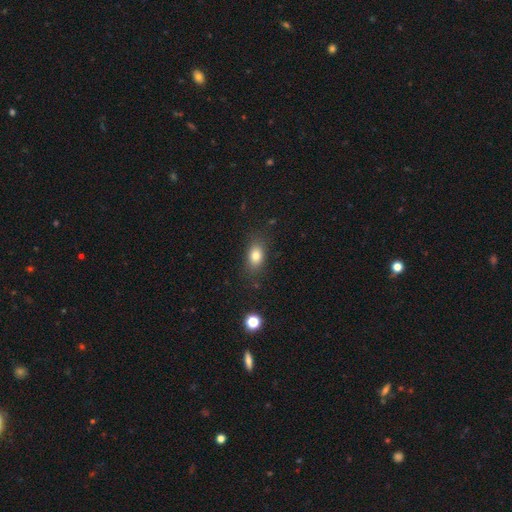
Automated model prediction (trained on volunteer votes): Overall: smooth (79%). How rounded: in between (79%). Merging: none (80%).